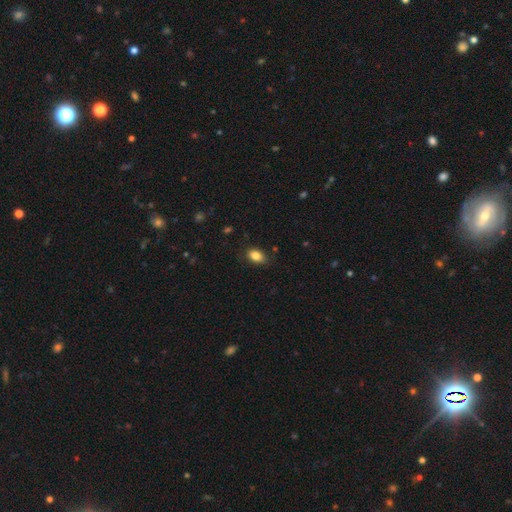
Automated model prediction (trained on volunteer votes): Smooth or featured? smooth (86%)
How rounded? in between (84%)
Merging? none (83%)